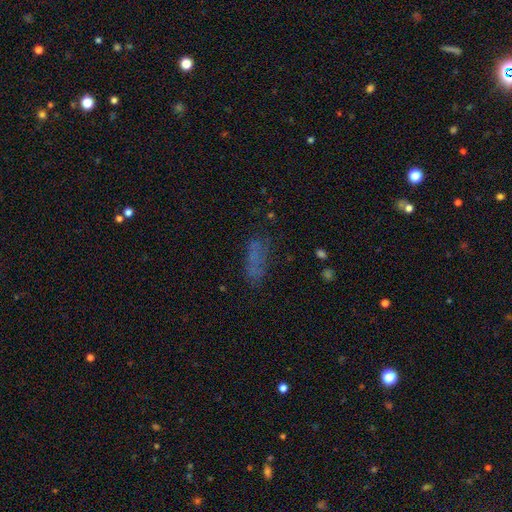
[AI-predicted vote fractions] Q: Smooth or featured?
A: smooth (61%); runner-up: featured or disk (20%)
Q: How rounded?
A: in between (55%); runner-up: cigar-shaped (41%)
Q: Merging?
A: none (60%); runner-up: minor disturbance (21%)